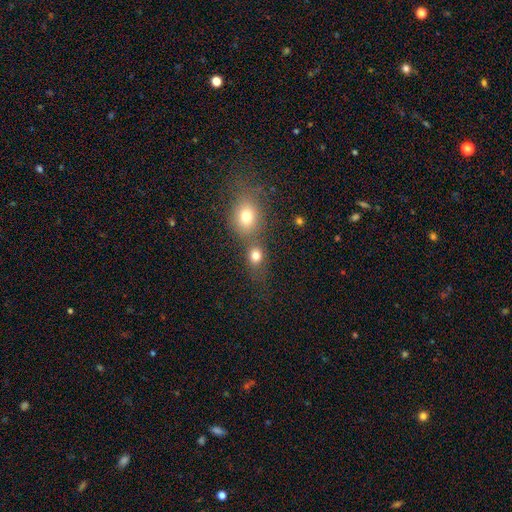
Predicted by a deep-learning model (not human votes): smooth 77%, star or artifact 14%, featured or disk 9%. Down the decision tree: how rounded — round (61%); merging — none (47%).